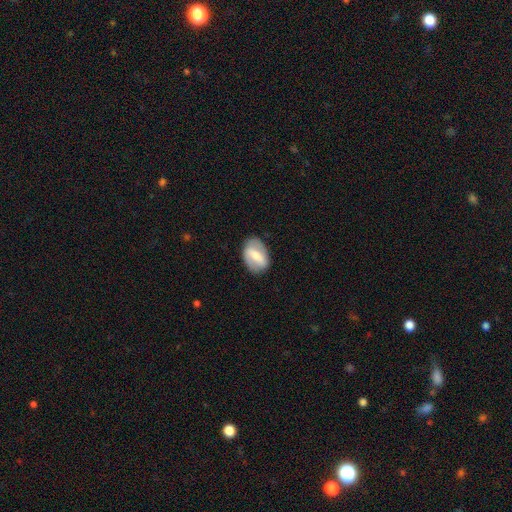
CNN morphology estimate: The model was most divided on "smooth or featured": featured or disk: 51%, smooth: 43%, star or artifact: 6%. More confident: edge-on disk — no (93%); merging — none (82%).